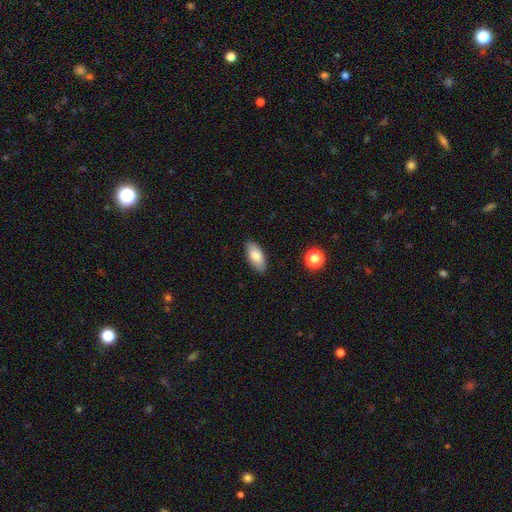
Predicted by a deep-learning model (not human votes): Smooth or featured: smooth — 80% (featured or disk — 13%)
How rounded: in between — 90% (cigar-shaped — 8%)
Merging: none — 87% (minor disturbance — 10%)